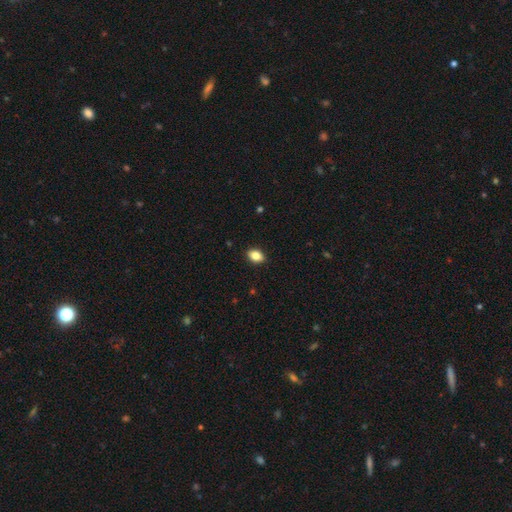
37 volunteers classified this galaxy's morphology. Smooth or featured? smooth (84%)
How rounded? in between (74%)
Merging? none (91%)